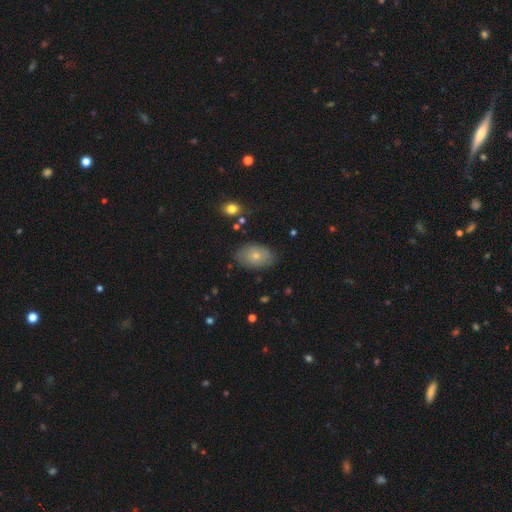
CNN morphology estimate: A smooth galaxy with no disk features (64%) that is in between round and cigar-shaped (87%). Merging: none (79%).